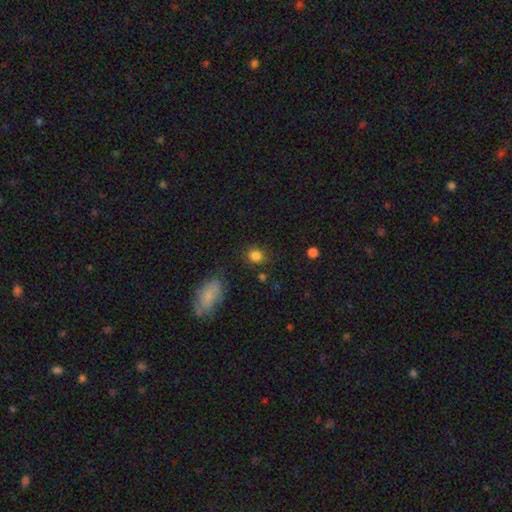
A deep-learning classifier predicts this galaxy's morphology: Smooth or featured: smooth — 84% (star or artifact — 11%)
How rounded: round — 72% (in between — 26%)
Merging: none — 81% (minor disturbance — 12%)